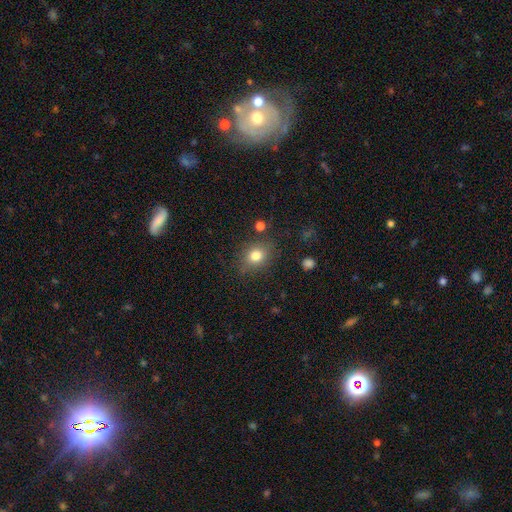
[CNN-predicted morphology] This appears to be a smooth galaxy with no disk features (78%) that is round (53%). Merging: none (79%).